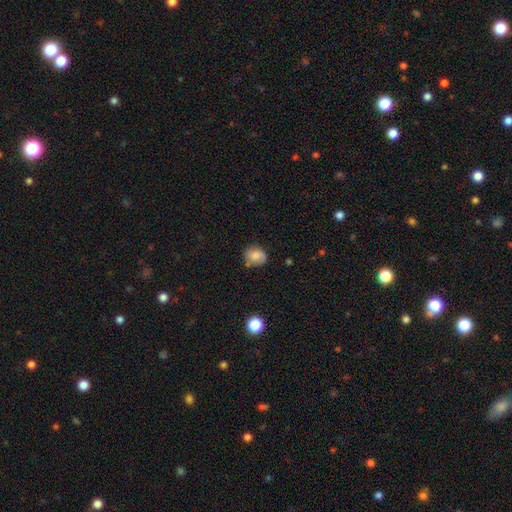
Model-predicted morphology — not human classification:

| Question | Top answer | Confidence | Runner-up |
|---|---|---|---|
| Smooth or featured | smooth | 74% | featured or disk (17%) |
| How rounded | round | 59% | in between (40%) |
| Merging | none | 64% | minor disturbance (25%) |